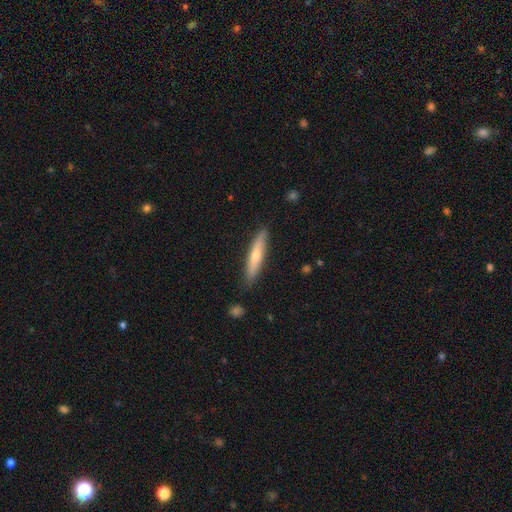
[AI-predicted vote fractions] Smooth or featured? smooth (51%)
How rounded? cigar-shaped (86%)
Merging? none (88%)